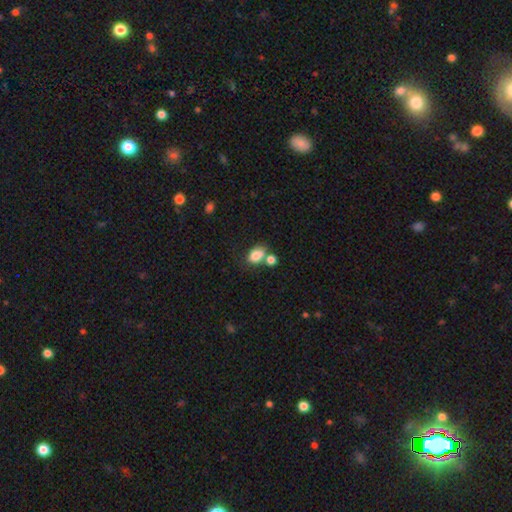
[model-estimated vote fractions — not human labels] Smooth or featured?
  - smooth: 82% *
  - star or artifact: 9%
  - featured or disk: 9%
How rounded?
  - in between: 80% *
  - round: 19%
  - cigar-shaped: 2%
Merging?
  - none: 42% *
  - merger: 37%
  - minor disturbance: 15%
  - major disturbance: 7%